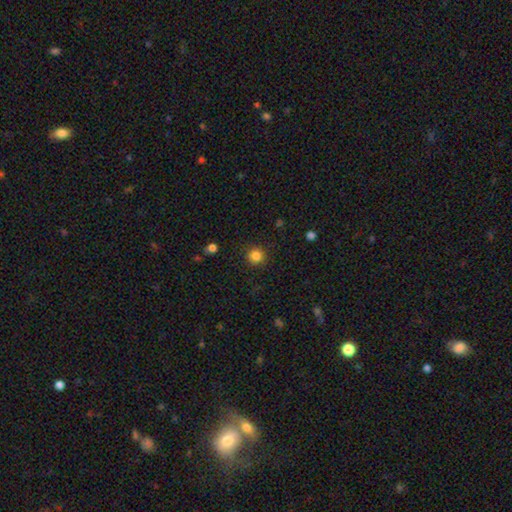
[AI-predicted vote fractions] Smooth or featured? Predicted: smooth (p=0.84). How rounded? Predicted: round (p=0.94). Merging? Predicted: none (p=0.90).